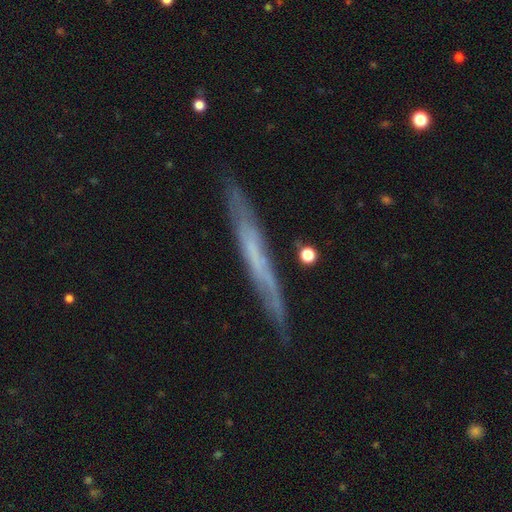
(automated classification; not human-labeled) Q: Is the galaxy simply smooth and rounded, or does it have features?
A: featured or disk — 58%.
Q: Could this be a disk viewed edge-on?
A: yes — 87%.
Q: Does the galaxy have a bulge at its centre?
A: none — 87%.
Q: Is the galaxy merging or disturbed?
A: none — 80%.